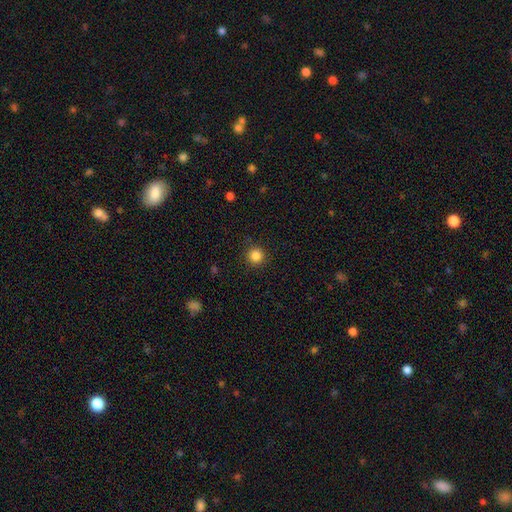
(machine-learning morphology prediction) type=smooth (85%); roundness=round (96%); merging=none (91%).